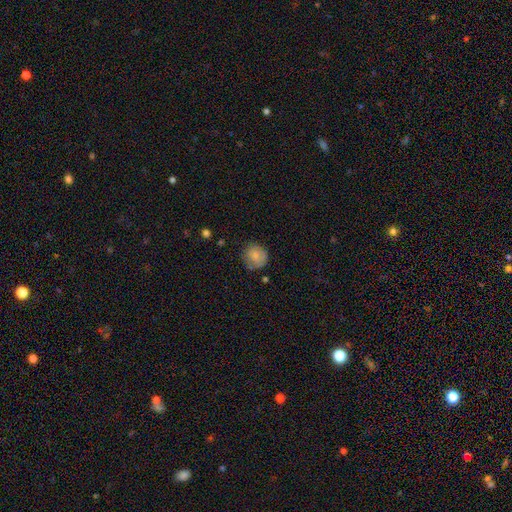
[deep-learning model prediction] Smooth or featured: smooth — 77% (featured or disk — 14%)
How rounded: round — 85% (in between — 14%)
Merging: none — 70% (minor disturbance — 22%)